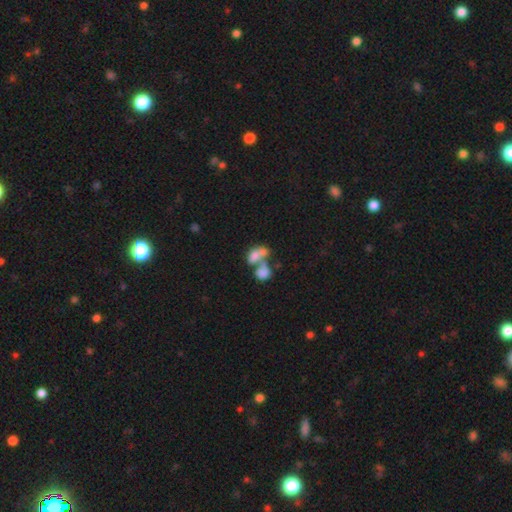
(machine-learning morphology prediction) Smooth or featured?
  - smooth: 62% *
  - featured or disk: 27%
  - star or artifact: 11%
How rounded?
  - in between: 82% *
  - round: 15%
  - cigar-shaped: 3%
Merging?
  - merger: 69% *
  - none: 15%
  - major disturbance: 10%
  - minor disturbance: 7%